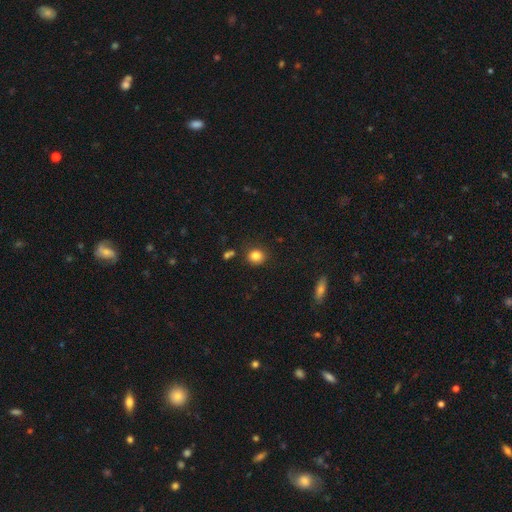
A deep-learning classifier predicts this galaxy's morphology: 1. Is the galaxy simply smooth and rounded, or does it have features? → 83% smooth, 11% star or artifact, 6% featured or disk.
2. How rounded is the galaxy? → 80% round, 19% in between, 1% cigar-shaped.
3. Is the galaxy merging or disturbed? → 86% none, 9% minor disturbance, 3% merger, 2% major disturbance.